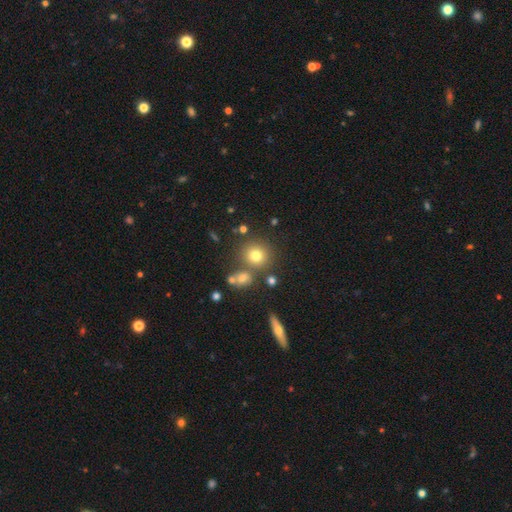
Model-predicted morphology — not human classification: smooth-or-featured: smooth: 74% | star or artifact: 16% | featured or disk: 10%
  how-rounded: round: 87% | in between: 12% | cigar-shaped: 1%
  merging: none: 75% | merger: 12% | minor disturbance: 10% | major disturbance: 4%